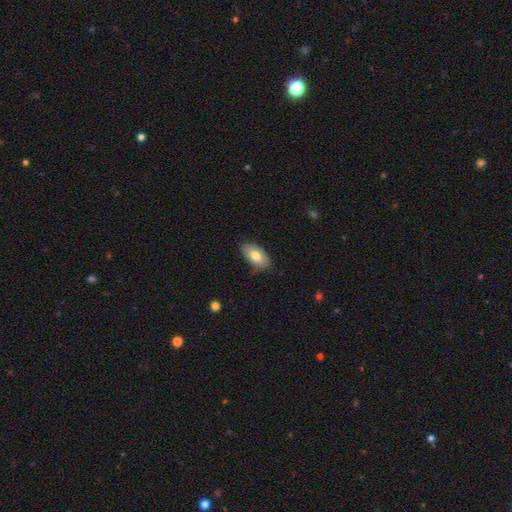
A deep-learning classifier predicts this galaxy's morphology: smooth-or-featured: smooth: 73% | featured or disk: 21% | star or artifact: 6%
  how-rounded: in between: 94% | round: 4% | cigar-shaped: 2%
  merging: none: 79% | minor disturbance: 17% | major disturbance: 3% | merger: 1%